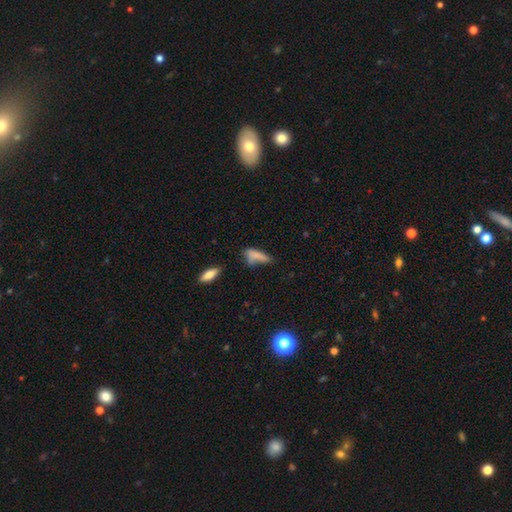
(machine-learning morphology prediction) Smooth or featured? smooth (75%)
How rounded? in between (52%)
Merging? none (38%)